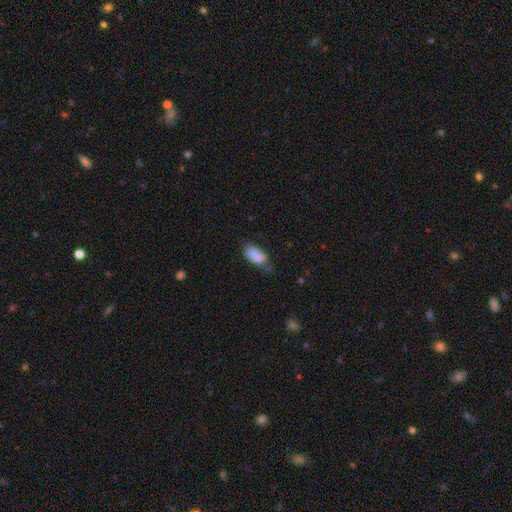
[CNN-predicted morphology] A smooth galaxy with no disk features (83%) that is in between round and cigar-shaped (88%).

Vote fractions:
- Smooth or featured? smooth: 83% / featured or disk: 9% / star or artifact: 8%
- How rounded? in between: 88% / cigar-shaped: 9% / round: 3%
- Merging? none: 47% / minor disturbance: 36% / major disturbance: 12% / merger: 5%